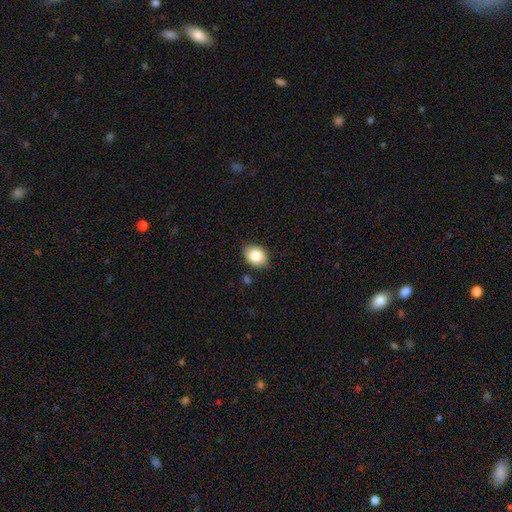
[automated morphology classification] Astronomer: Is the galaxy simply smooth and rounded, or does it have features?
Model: smooth — 83%.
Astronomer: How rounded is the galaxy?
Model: in between — 64%.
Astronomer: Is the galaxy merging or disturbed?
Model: none — 84%.